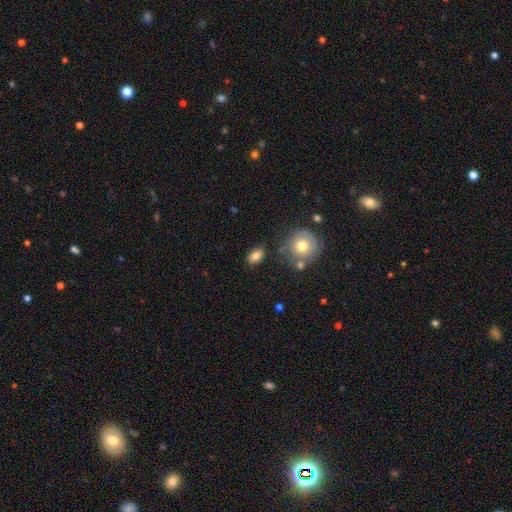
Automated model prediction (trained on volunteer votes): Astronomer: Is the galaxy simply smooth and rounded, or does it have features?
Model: smooth — 83%.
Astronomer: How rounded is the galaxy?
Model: in between — 84%.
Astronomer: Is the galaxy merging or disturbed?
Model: none — 79%.